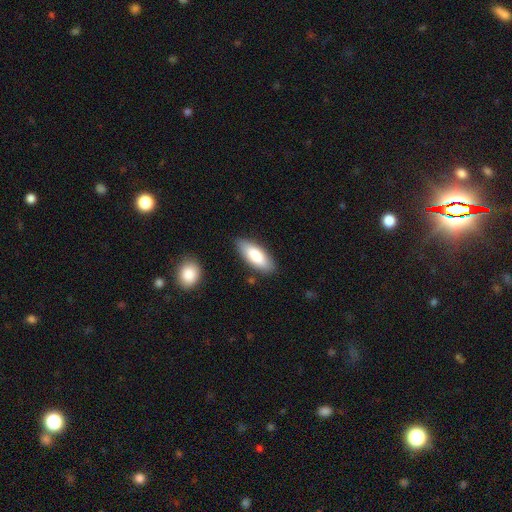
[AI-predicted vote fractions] A smooth galaxy with no disk features (81%) that is in between round and cigar-shaped (77%).

Vote fractions:
- Smooth or featured? smooth: 81% / featured or disk: 13% / star or artifact: 6%
- How rounded? in between: 77% / cigar-shaped: 22% / round: 2%
- Merging? none: 84% / minor disturbance: 11% / major disturbance: 2% / merger: 2%